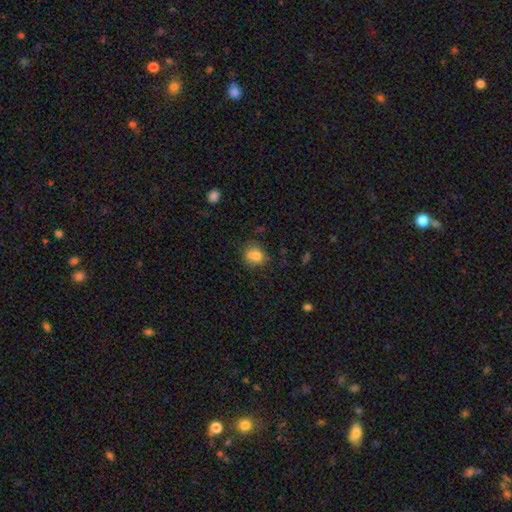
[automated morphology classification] This appears to be a smooth galaxy with no disk features (73%) that is round (73%). Merging: none (51%).